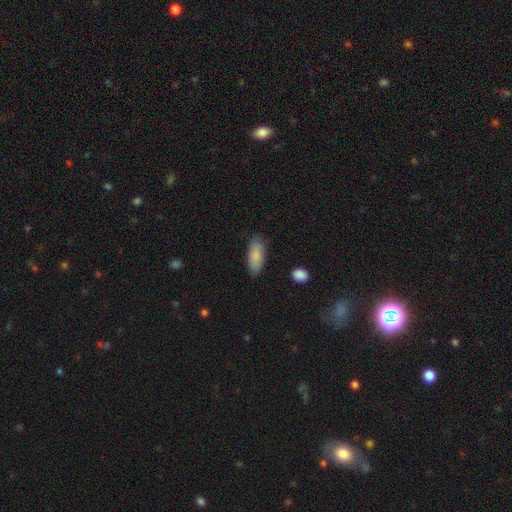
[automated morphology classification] Smooth or featured? smooth (84%)
How rounded? in between (80%)
Merging? none (81%)